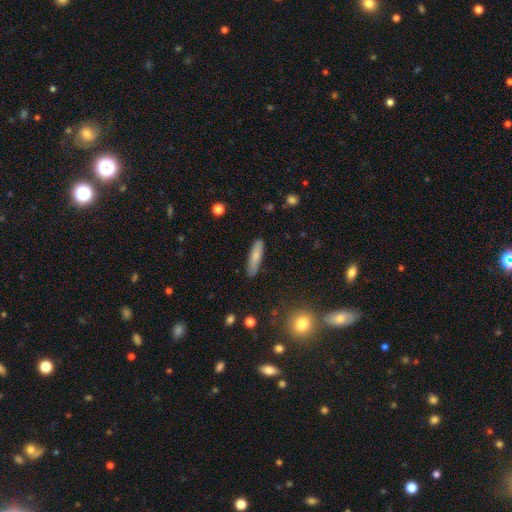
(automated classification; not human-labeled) smooth-or-featured: smooth: 76% | featured or disk: 17% | star or artifact: 7%
  how-rounded: cigar-shaped: 75% | in between: 23% | round: 2%
  merging: none: 84% | minor disturbance: 12% | major disturbance: 2% | merger: 2%